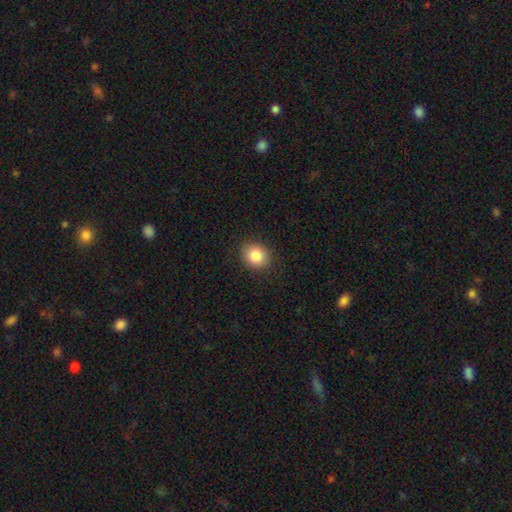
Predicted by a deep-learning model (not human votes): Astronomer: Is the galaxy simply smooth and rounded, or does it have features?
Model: smooth — 85%.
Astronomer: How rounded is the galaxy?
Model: round — 74%.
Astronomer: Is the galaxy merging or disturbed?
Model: none — 90%.